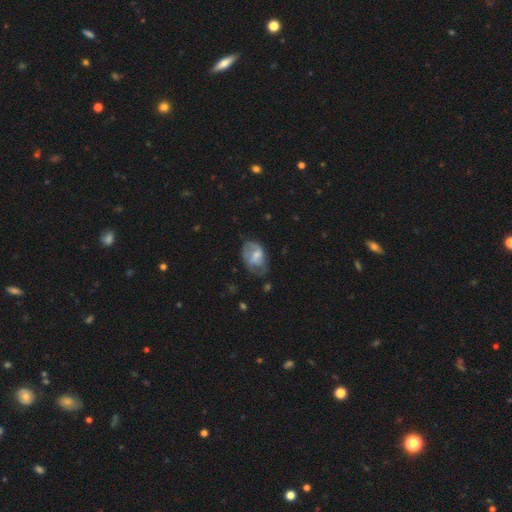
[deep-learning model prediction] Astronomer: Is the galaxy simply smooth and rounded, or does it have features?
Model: featured or disk — 50% (runner-up: smooth, 42%).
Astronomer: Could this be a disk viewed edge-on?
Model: no — 96%.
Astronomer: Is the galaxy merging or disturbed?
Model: none — 46% (runner-up: minor disturbance, 32%).